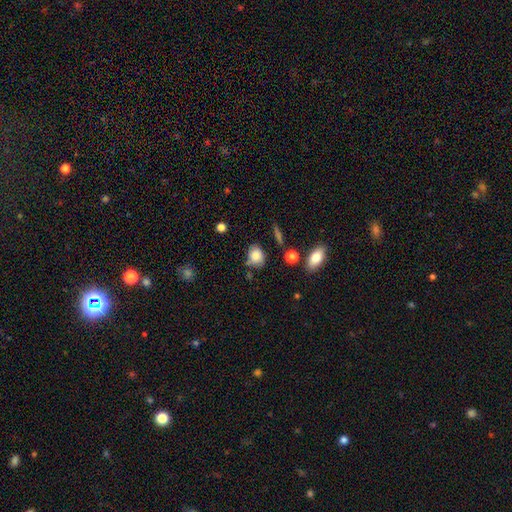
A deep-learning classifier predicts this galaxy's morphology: smooth_or_featured: smooth (p=0.83) [alt: star or artifact p=0.09]
how_rounded: in between (p=0.61) [alt: round p=0.37]
merging: none (p=0.67) [alt: minor disturbance p=0.21]